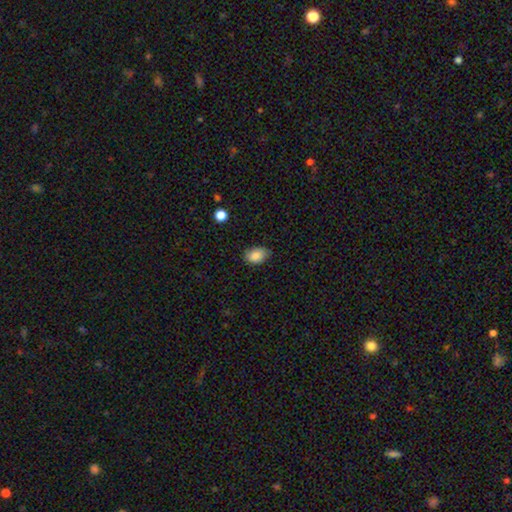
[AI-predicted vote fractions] Overall: smooth (86%). How rounded: in between (83%). Merging: none (75%).